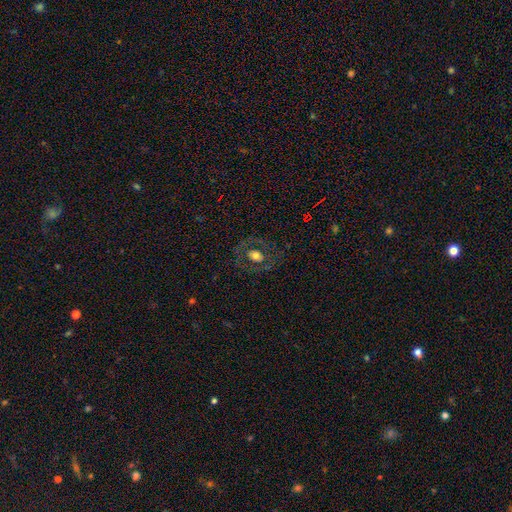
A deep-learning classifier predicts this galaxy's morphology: smooth 46%, featured or disk 45%, star or artifact 10%. Down the decision tree: merging — none (79%).